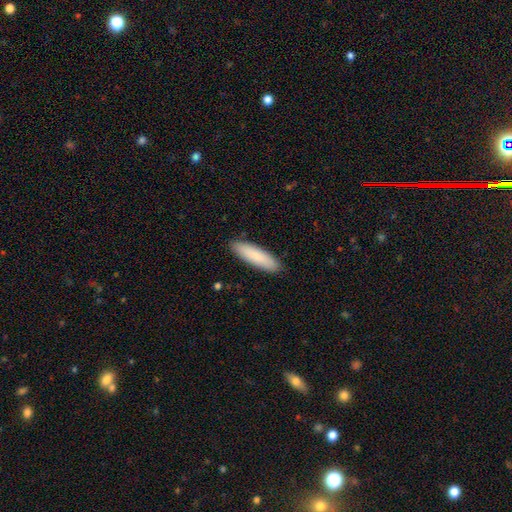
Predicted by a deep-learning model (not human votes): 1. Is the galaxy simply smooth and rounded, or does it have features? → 86% smooth, 8% featured or disk, 6% star or artifact.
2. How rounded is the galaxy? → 70% cigar-shaped, 29% in between, 1% round.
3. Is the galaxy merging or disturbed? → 91% none, 7% minor disturbance, 1% major disturbance, 1% merger.